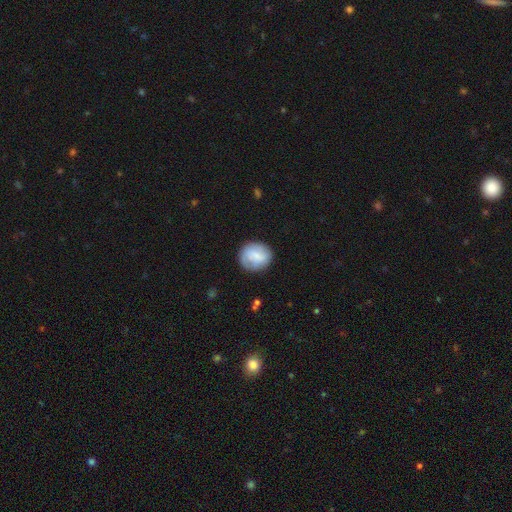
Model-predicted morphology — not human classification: Smooth or featured?
  - smooth: 62% *
  - featured or disk: 31%
  - star or artifact: 7%
How rounded?
  - round: 79% *
  - in between: 20%
  - cigar-shaped: 1%
Merging?
  - none: 77% *
  - minor disturbance: 16%
  - major disturbance: 5%
  - merger: 2%